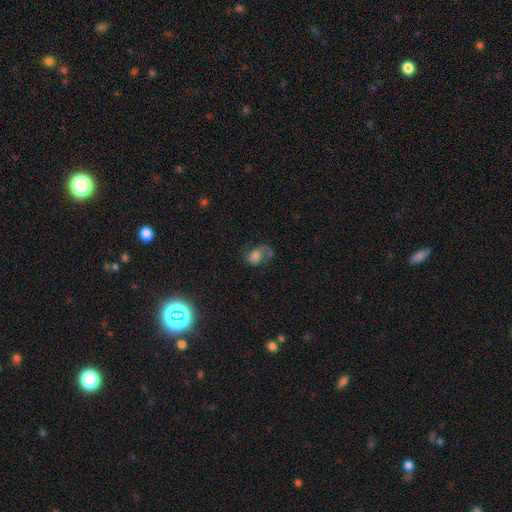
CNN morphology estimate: A smooth galaxy with no disk features (49%). Merging: major disturbance (37%, tied with none).